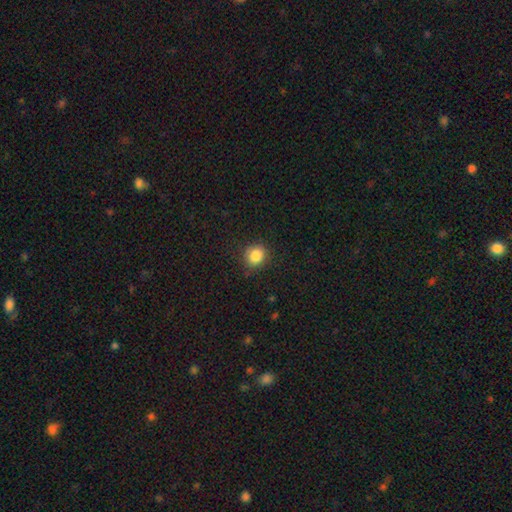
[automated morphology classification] smooth_or_featured: smooth (p=0.86) [alt: star or artifact p=0.10]
how_rounded: round (p=0.73) [alt: in between p=0.26]
merging: none (p=0.84) [alt: minor disturbance p=0.12]